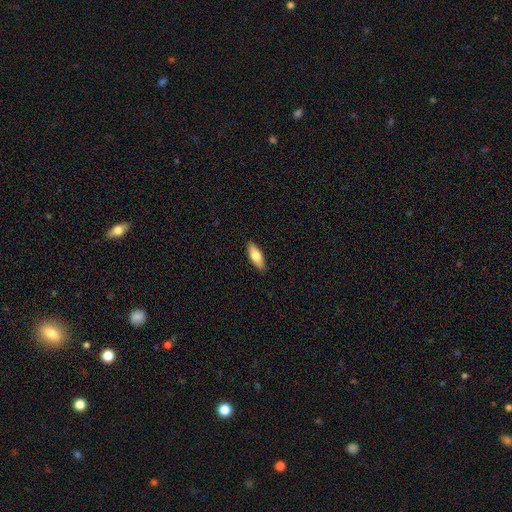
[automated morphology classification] This is likely a smooth galaxy (70%). How rounded: likely in between (65%). Merging: clearly none (90%).